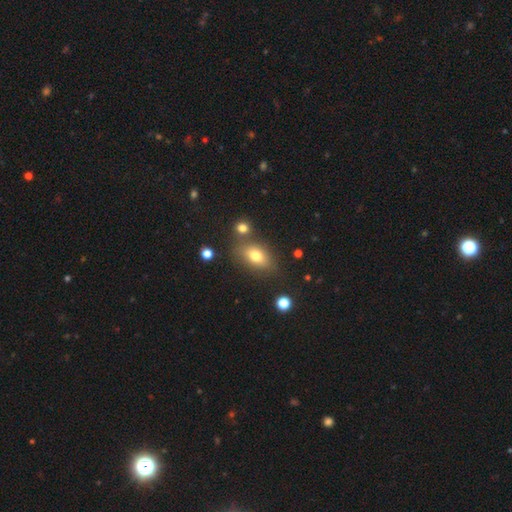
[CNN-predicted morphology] Overall: smooth (76%). How rounded: in between (82%). Merging: none (70%).